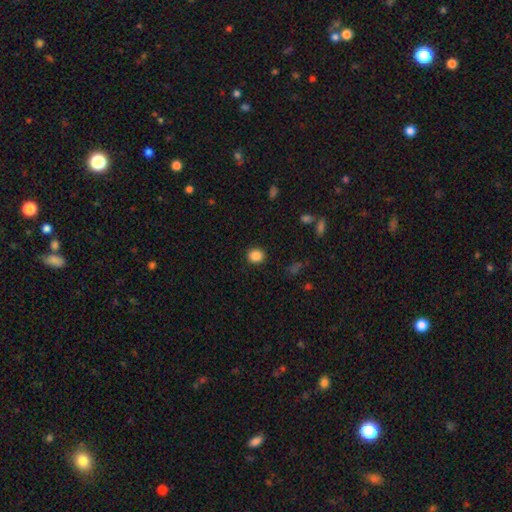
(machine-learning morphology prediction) Q: Smooth or featured?
A: smooth (86%); runner-up: star or artifact (10%)
Q: How rounded?
A: round (79%); runner-up: in between (20%)
Q: Merging?
A: none (90%); runner-up: minor disturbance (6%)